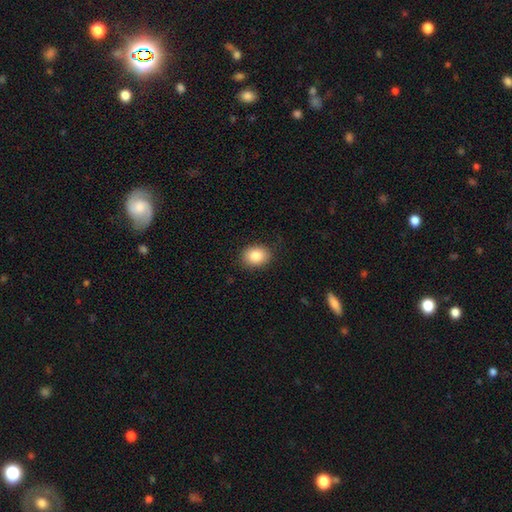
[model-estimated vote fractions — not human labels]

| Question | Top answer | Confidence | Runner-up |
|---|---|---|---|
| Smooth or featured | smooth | 86% | star or artifact (8%) |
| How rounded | in between | 59% | round (40%) |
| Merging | none | 85% | minor disturbance (11%) |